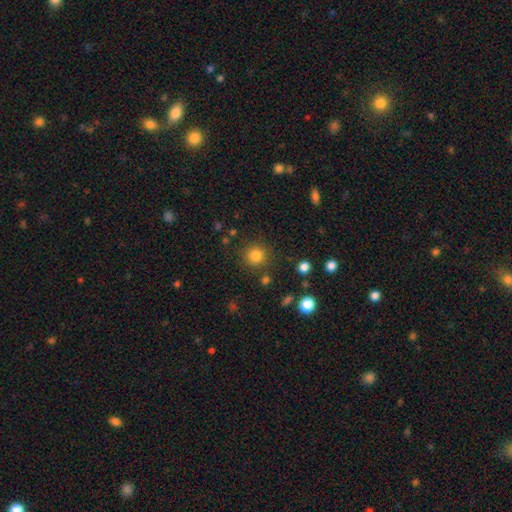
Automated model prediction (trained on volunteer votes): Morphology: type=smooth (83%); roundness=round (93%); merging=none (86%).